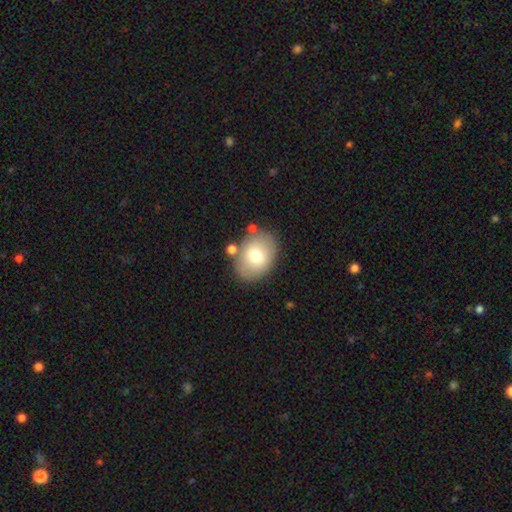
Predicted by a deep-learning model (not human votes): Morphology: type=smooth (71%); roundness=in between (71%); merging=none (75%).